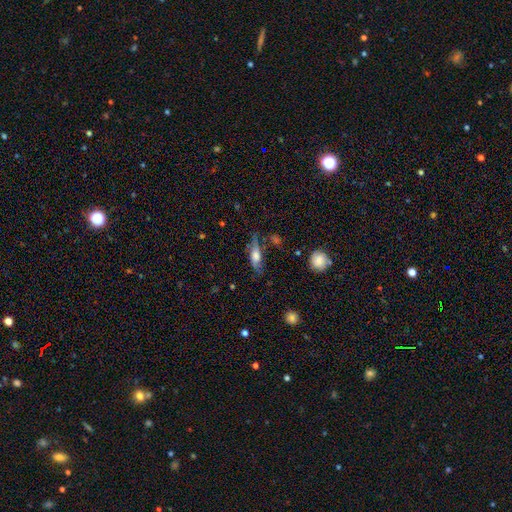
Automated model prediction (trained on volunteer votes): Q: Smooth or featured?
A: smooth (48%); runner-up: featured or disk (43%)
Q: Merging?
A: none (60%); runner-up: minor disturbance (26%)